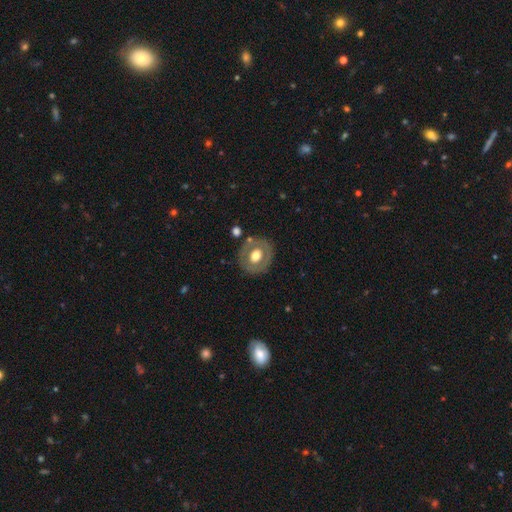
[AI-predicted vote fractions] Morphology: type=featured or disk (47%); merging=none (80%).